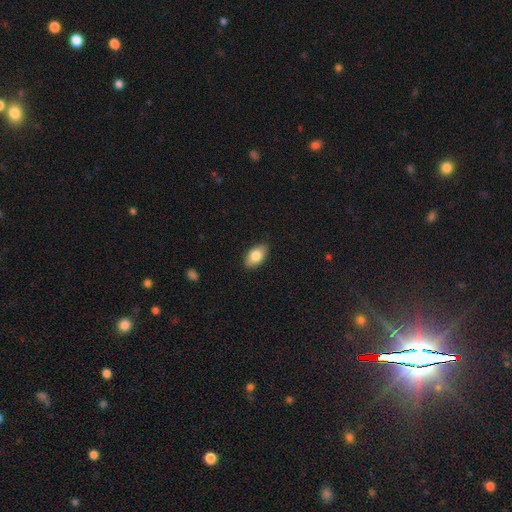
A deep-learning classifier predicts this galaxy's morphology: Overall: smooth (82%). How rounded: in between (92%). Merging: none (87%).